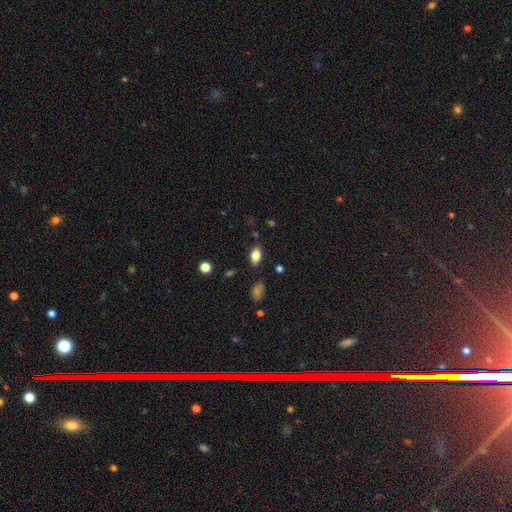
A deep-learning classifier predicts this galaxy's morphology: smooth-or-featured: smooth: 80% | featured or disk: 11% | star or artifact: 9%
  how-rounded: in between: 89% | round: 6% | cigar-shaped: 5%
  merging: none: 84% | minor disturbance: 11% | major disturbance: 3% | merger: 2%